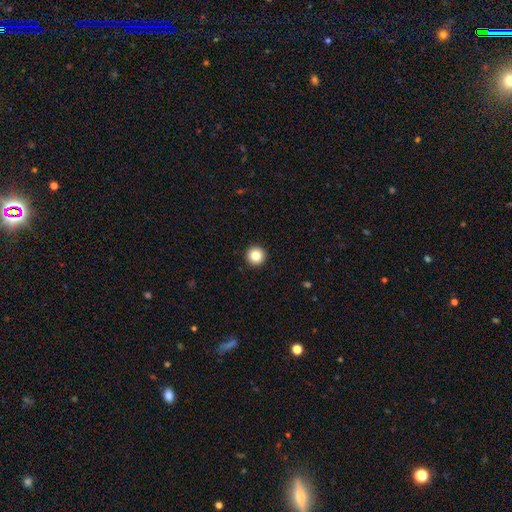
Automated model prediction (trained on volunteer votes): This is clearly a smooth galaxy (83%). How rounded: clearly round (97%). Merging: clearly none (94%).